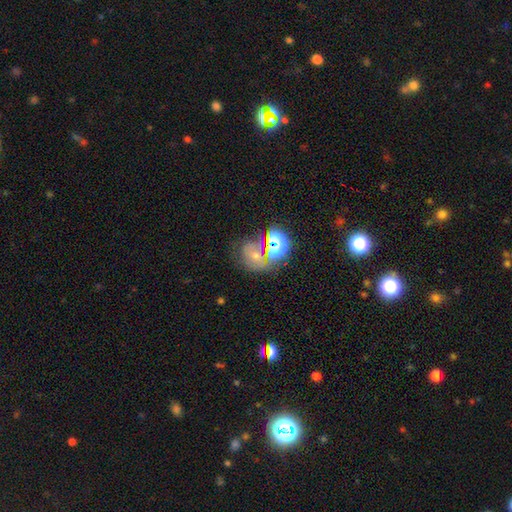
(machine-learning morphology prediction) smooth-or-featured: smooth: 41% | star or artifact: 35% | featured or disk: 24%
  merging: none: 44% | merger: 29% | minor disturbance: 15% | major disturbance: 12%